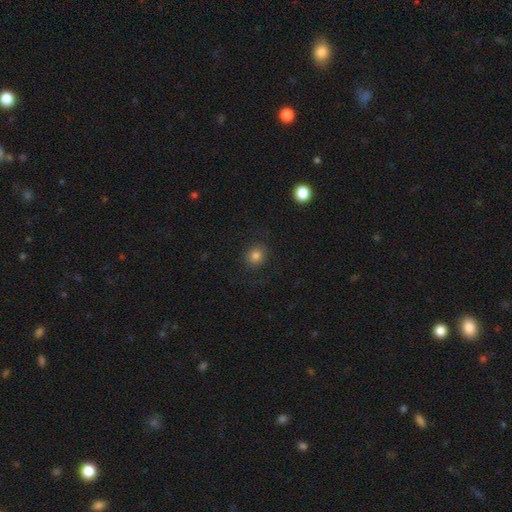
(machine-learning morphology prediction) Q: Smooth or featured?
A: smooth (80%); runner-up: star or artifact (12%)
Q: How rounded?
A: round (84%); runner-up: in between (15%)
Q: Merging?
A: none (86%); runner-up: minor disturbance (9%)